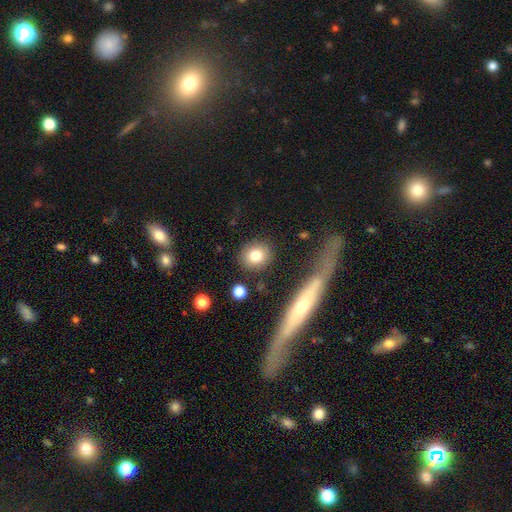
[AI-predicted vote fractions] smooth 79%, featured or disk 11%, star or artifact 10%. Down the decision tree: how rounded — round (79%); merging — none (86%).